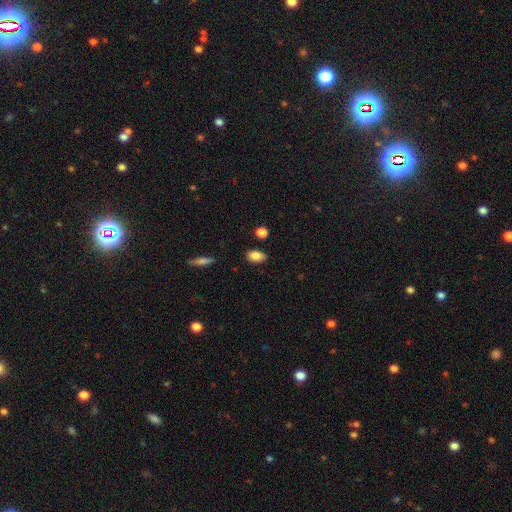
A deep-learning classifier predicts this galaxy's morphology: smooth-or-featured: smooth: 86% | star or artifact: 8% | featured or disk: 6%
  how-rounded: in between: 87% | round: 10% | cigar-shaped: 2%
  merging: none: 85% | minor disturbance: 10% | merger: 2% | major disturbance: 2%